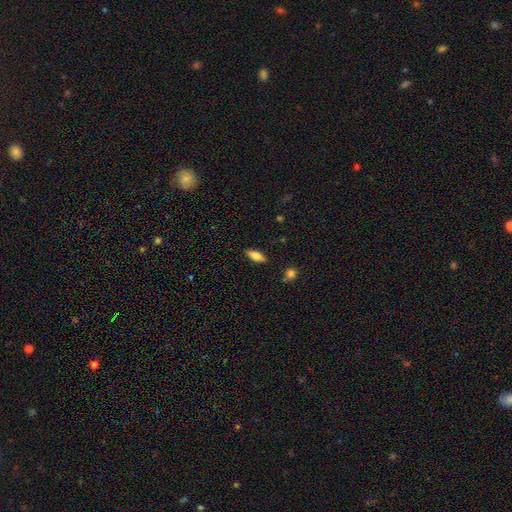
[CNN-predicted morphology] A smooth galaxy with no disk features (75%) that is in between round and cigar-shaped (79%). Merging: none (86%).